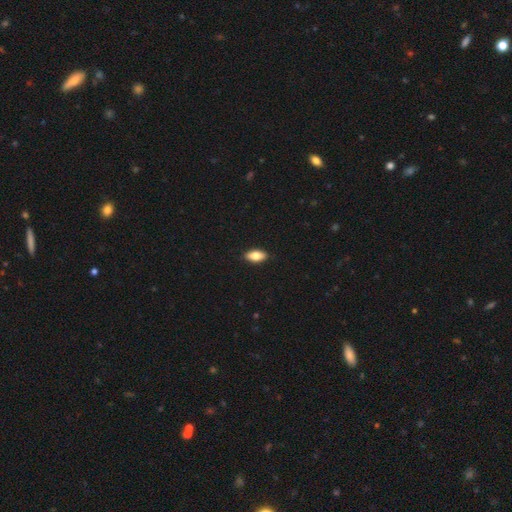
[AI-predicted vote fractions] This appears to be a smooth galaxy with no disk features (80%) that is in between round and cigar-shaped (91%). Merging: none (90%).